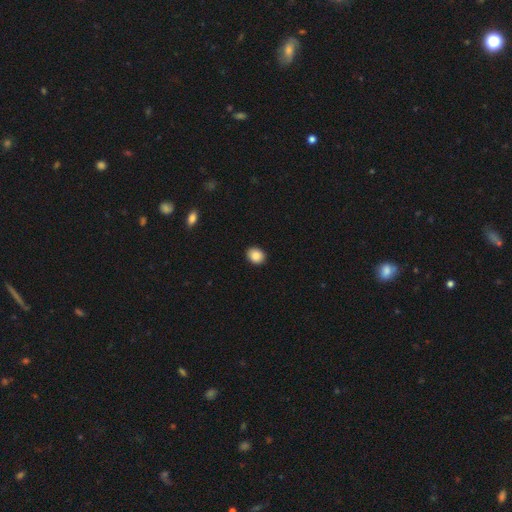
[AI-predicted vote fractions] A smooth galaxy with no disk features (88%) that is round (65%). Merging: none (91%).